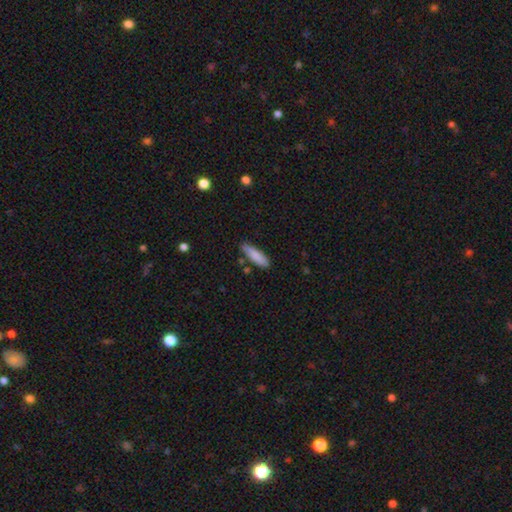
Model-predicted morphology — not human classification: smooth 84%, featured or disk 10%, star or artifact 6%. Down the decision tree: how rounded — cigar-shaped (63%); merging — none (77%).